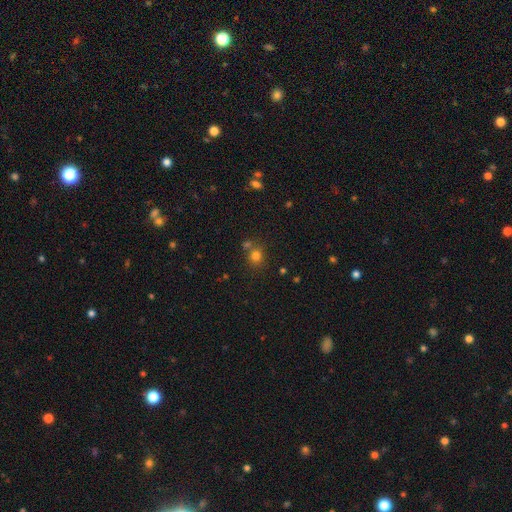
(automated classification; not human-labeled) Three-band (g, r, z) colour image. It shows a smooth galaxy with no disk features (77%) that is round (84%). Merging: none (67%).